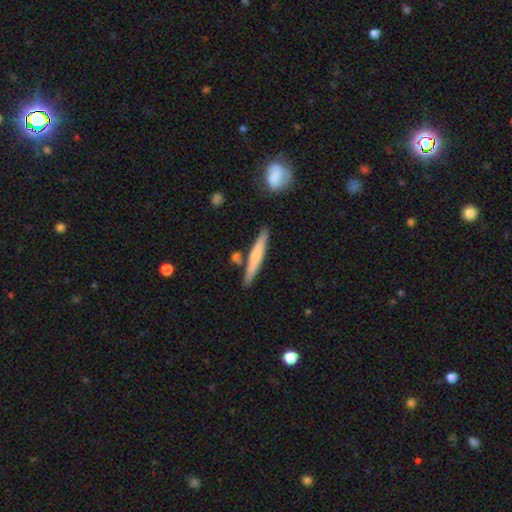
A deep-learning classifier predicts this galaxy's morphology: This appears to be a smooth galaxy with no disk features (61%) that is cigar-shaped (94%). Merging: none (81%).